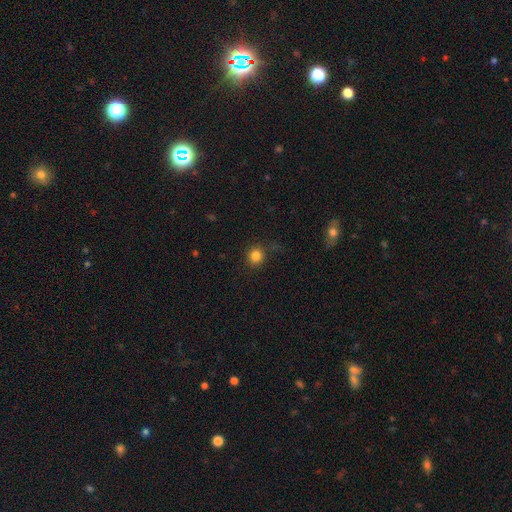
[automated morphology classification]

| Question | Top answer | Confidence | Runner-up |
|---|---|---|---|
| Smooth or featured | smooth | 82% | star or artifact (13%) |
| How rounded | round | 89% | in between (10%) |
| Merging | none | 81% | minor disturbance (12%) |